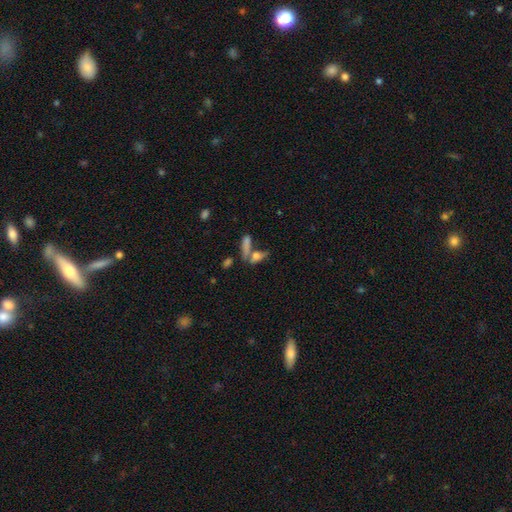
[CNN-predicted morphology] smooth-or-featured: smooth: 60% | featured or disk: 26% | star or artifact: 14%
  how-rounded: in between: 49% | cigar-shaped: 45% | round: 7%
  merging: merger: 43% | none: 39% | minor disturbance: 10% | major disturbance: 8%